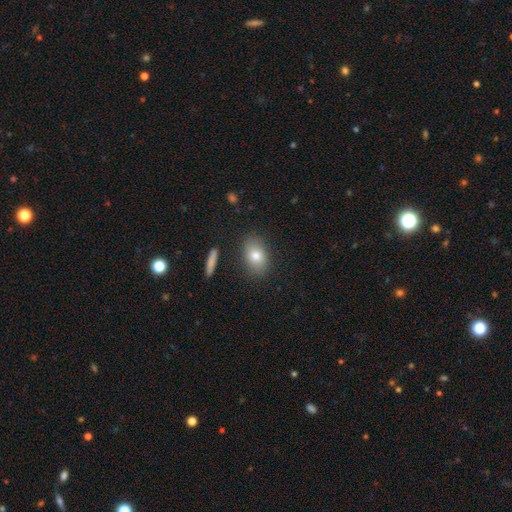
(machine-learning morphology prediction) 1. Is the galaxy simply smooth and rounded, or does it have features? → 78% smooth, 14% featured or disk, 8% star or artifact.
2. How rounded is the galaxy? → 83% in between, 15% round, 2% cigar-shaped.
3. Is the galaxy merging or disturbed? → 84% none, 11% minor disturbance, 3% major disturbance, 2% merger.